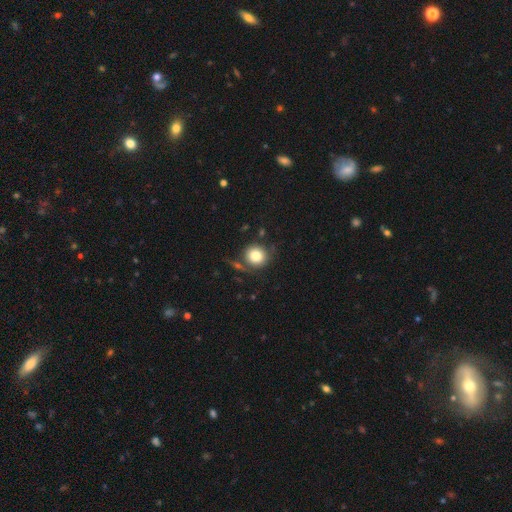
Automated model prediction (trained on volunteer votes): A smooth galaxy with no disk features (82%) that is round (89%).

Vote fractions:
- Smooth or featured? smooth: 82% / star or artifact: 9% / featured or disk: 9%
- How rounded? round: 89% / in between: 10% / cigar-shaped: 1%
- Merging? none: 73% / minor disturbance: 13% / merger: 8% / major disturbance: 6%